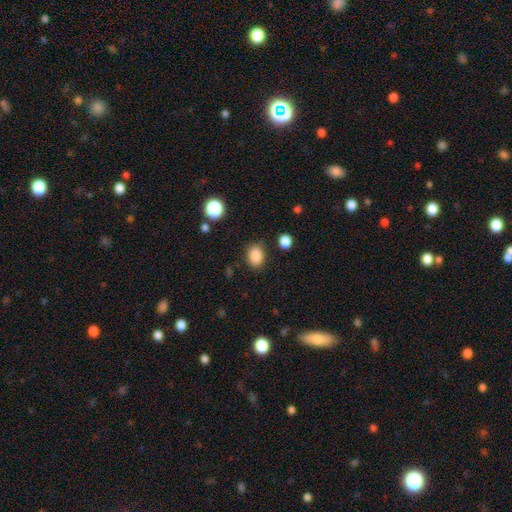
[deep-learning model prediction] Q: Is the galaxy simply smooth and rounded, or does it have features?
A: smooth — 86%.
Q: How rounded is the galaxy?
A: in between — 64%.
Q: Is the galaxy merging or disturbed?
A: none — 80%.